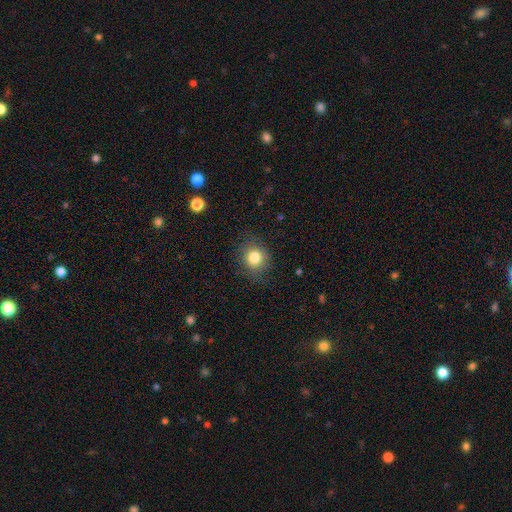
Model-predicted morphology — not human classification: smooth_or_featured: smooth (p=0.83) [alt: star or artifact p=0.10]
how_rounded: round (p=0.73) [alt: in between p=0.26]
merging: none (p=0.78) [alt: minor disturbance p=0.16]